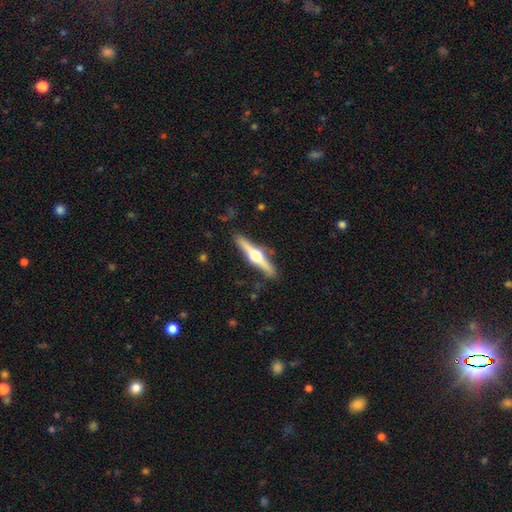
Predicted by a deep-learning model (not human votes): Smooth or featured? Predicted: featured or disk (p=0.76). Edge-on disk? Predicted: yes (p=0.98). Edge-on bulge? Predicted: rounded (p=0.96). Merging? Predicted: none (p=0.87).